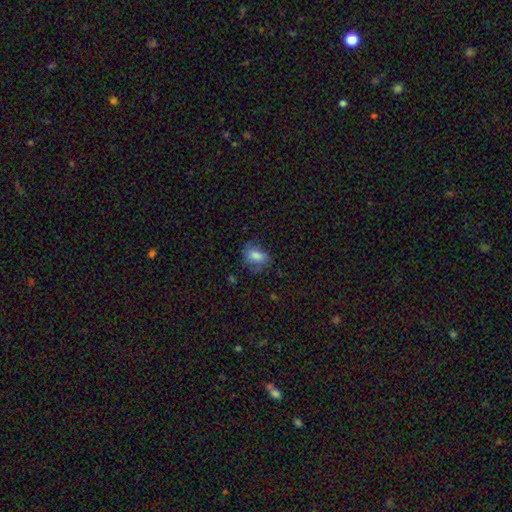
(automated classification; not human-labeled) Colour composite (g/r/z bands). It shows a smooth galaxy with no disk features (71%) that is in between round and cigar-shaped (75%). Merging: none (55%).